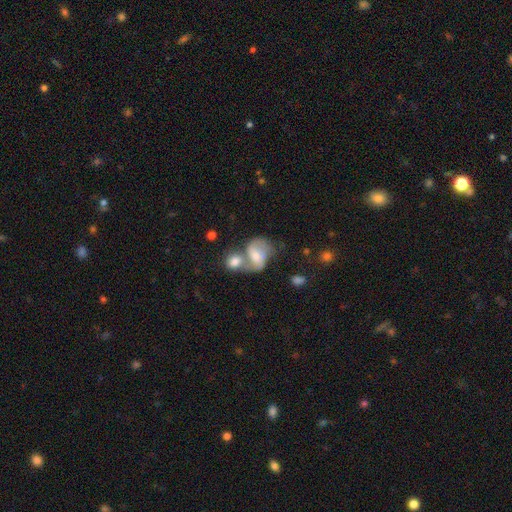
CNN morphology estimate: A featured or disk galaxy (62%) with a weak bar (46%), 2 (85%) medium (48%) spiral arms (84%) and a moderate central bulge (51%). Merging: merger (51%).